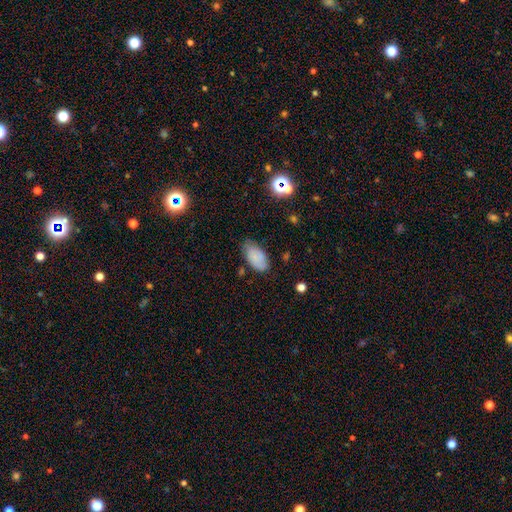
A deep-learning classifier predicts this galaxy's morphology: Smooth or featured: smooth — 74% (featured or disk — 18%)
How rounded: in between — 94% (round — 3%)
Merging: none — 69% (minor disturbance — 25%)